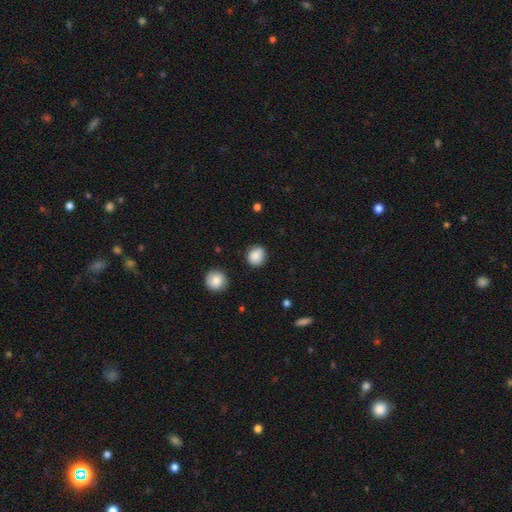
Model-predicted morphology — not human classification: Q: Smooth or featured?
A: smooth (87%); runner-up: star or artifact (8%)
Q: How rounded?
A: round (84%); runner-up: in between (15%)
Q: Merging?
A: none (83%); runner-up: minor disturbance (12%)